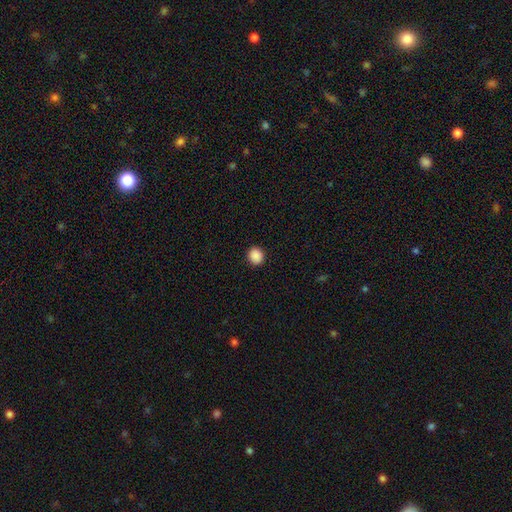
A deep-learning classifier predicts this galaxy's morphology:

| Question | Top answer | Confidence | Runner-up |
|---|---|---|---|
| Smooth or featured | smooth | 89% | star or artifact (9%) |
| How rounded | round | 82% | in between (17%) |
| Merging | none | 92% | minor disturbance (5%) |